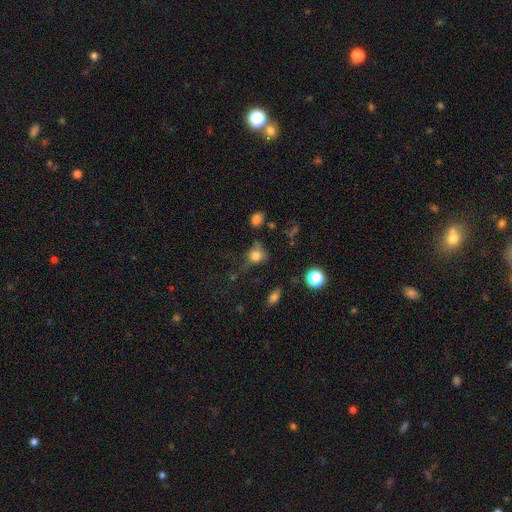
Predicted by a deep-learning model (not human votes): Overall: smooth (71%). How rounded: round (64%; in between 34%). Merging: none (47%; minor disturbance 28%).